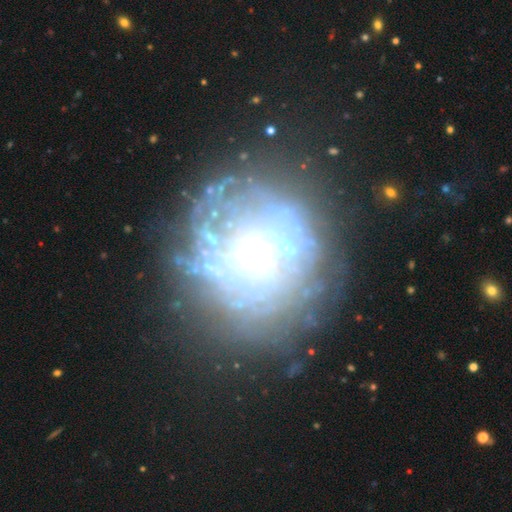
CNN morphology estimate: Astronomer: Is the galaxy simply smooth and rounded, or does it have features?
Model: featured or disk — 62%.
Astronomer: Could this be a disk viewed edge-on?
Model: no — 94%.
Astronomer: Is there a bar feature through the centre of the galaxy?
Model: no — 78%.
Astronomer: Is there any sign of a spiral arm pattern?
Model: no — 66%.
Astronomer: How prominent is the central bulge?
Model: moderate — 54%.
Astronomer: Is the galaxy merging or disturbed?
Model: none — 64%.